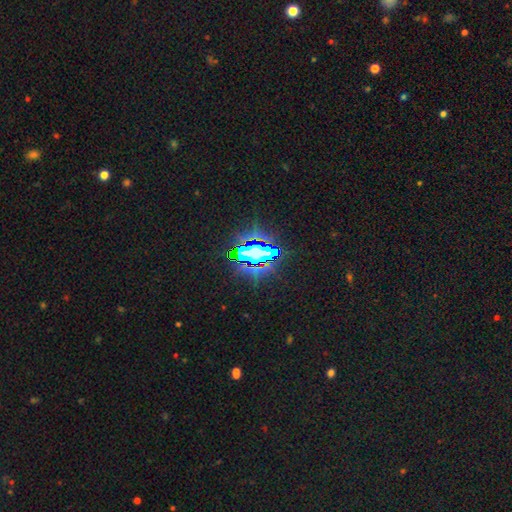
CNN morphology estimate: Smooth or featured? Predicted: star or artifact (p=0.84).